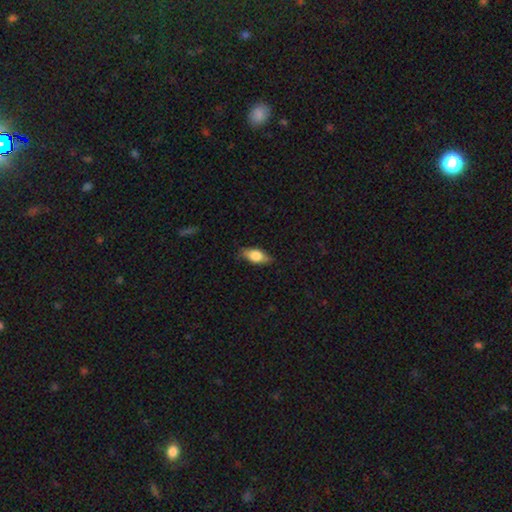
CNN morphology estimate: Smooth or featured? smooth (68%)
How rounded? in between (81%)
Merging? none (82%)